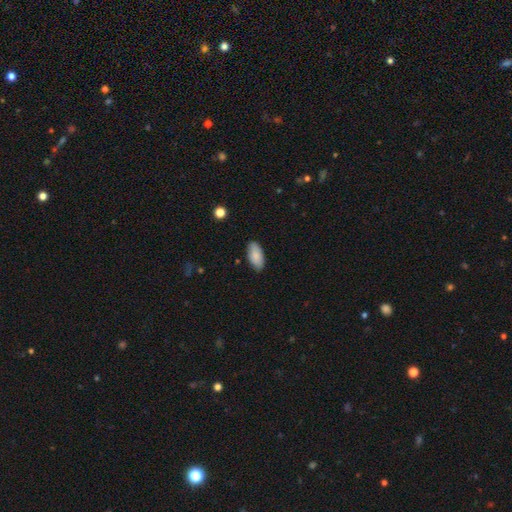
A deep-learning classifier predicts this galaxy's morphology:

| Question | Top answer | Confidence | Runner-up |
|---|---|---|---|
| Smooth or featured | smooth | 84% | featured or disk (10%) |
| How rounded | in between | 92% | cigar-shaped (6%) |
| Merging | none | 79% | minor disturbance (17%) |